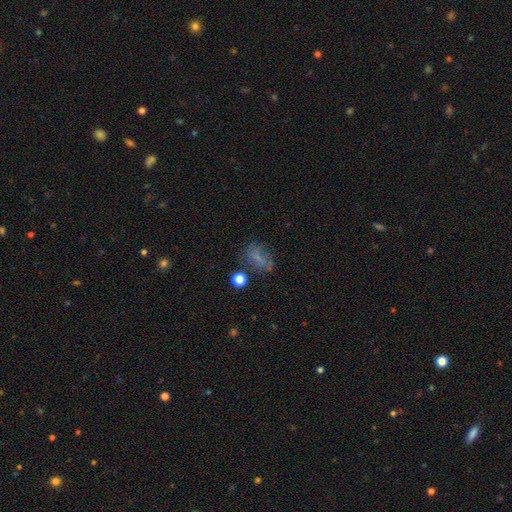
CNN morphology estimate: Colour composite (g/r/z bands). It shows a smooth galaxy with no disk features (57%) that is in between round and cigar-shaped (71%). Merging: none (56%).